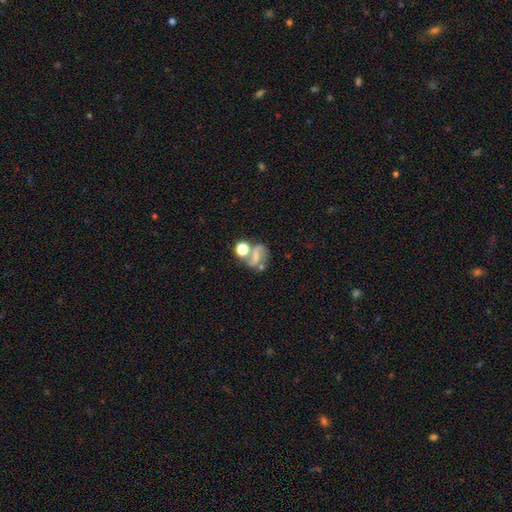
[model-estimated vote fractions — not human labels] smooth-or-featured: featured or disk: 45% | smooth: 38% | star or artifact: 17%
  merging: none: 35% | merger: 31% | major disturbance: 18% | minor disturbance: 16%